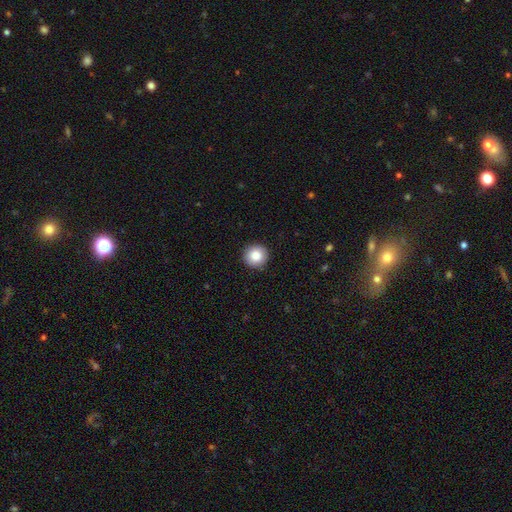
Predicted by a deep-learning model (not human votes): smooth_or_featured: smooth (p=0.86) [alt: star or artifact p=0.08]
how_rounded: round (p=0.94) [alt: in between p=0.05]
merging: none (p=0.92) [alt: minor disturbance p=0.06]